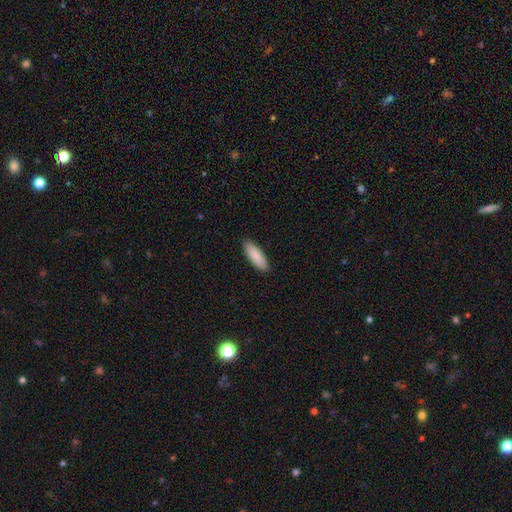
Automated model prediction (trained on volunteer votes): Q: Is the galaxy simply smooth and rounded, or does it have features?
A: smooth — 88%.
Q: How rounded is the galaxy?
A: in between — 57%.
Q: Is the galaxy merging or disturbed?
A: none — 90%.